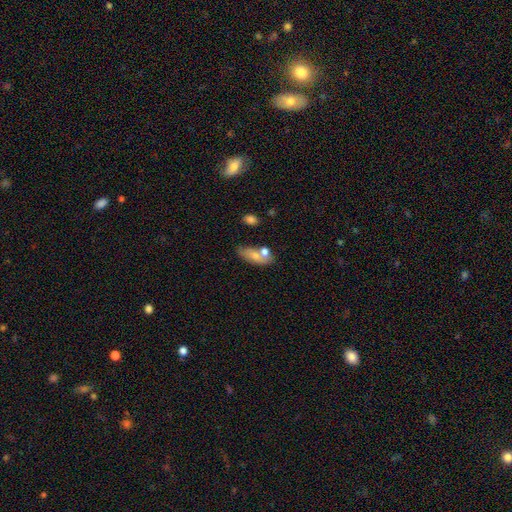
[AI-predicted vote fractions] Smooth or featured?
  - smooth: 69% *
  - featured or disk: 23%
  - star or artifact: 8%
How rounded?
  - in between: 83% *
  - cigar-shaped: 11%
  - round: 6%
Merging?
  - none: 46% *
  - merger: 28%
  - minor disturbance: 18%
  - major disturbance: 7%